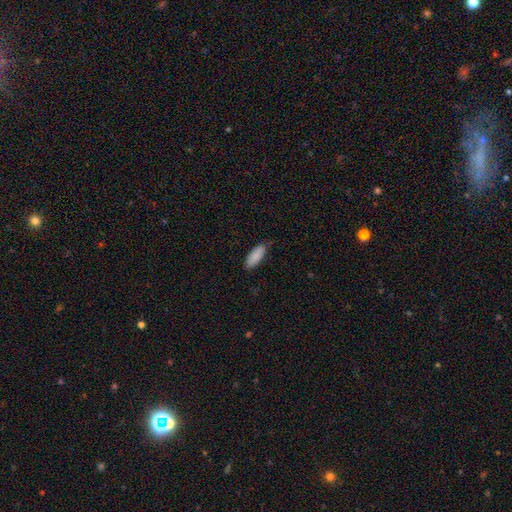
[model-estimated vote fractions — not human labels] This appears to be a smooth galaxy with no disk features (89%) that is in between round and cigar-shaped (74%). Merging: none (81%).